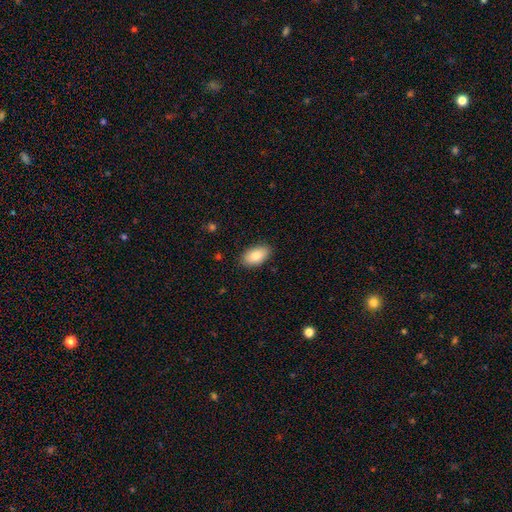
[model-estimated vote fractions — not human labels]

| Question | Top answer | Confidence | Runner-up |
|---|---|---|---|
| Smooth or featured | smooth | 83% | featured or disk (10%) |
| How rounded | in between | 94% | round (4%) |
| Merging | none | 87% | minor disturbance (10%) |